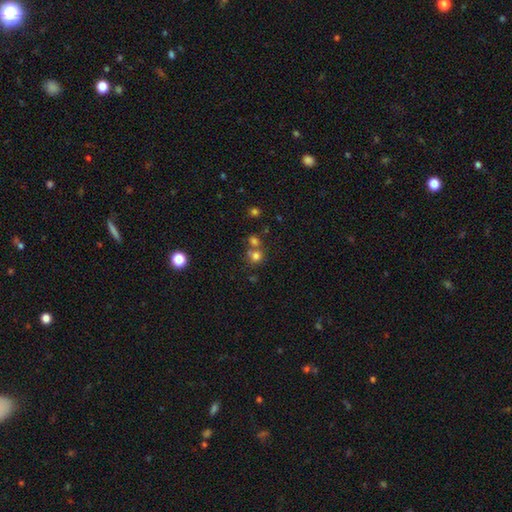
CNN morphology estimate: Overall: smooth (73%). How rounded: round (86%). Merging: none (49%; merger 40%).